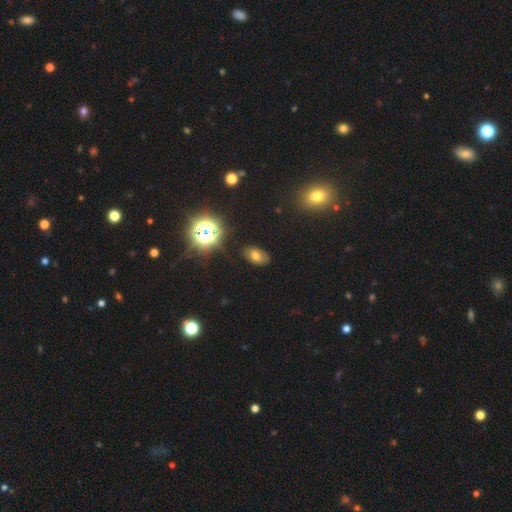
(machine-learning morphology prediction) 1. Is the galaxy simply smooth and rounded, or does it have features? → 62% smooth, 21% star or artifact, 17% featured or disk.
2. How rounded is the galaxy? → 86% in between, 13% round, 2% cigar-shaped.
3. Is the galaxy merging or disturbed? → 82% none, 13% minor disturbance, 4% major disturbance, 2% merger.